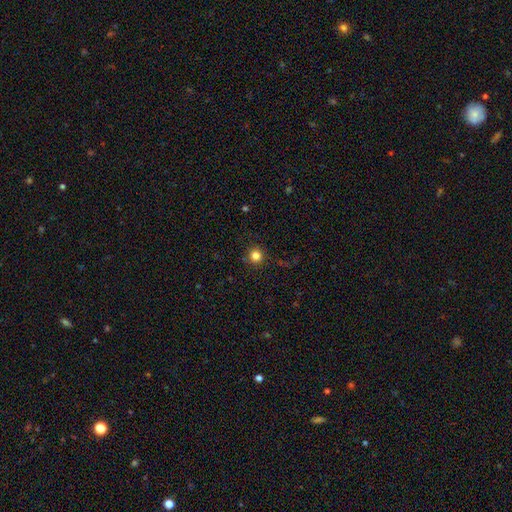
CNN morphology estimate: The model was most divided on "smooth or featured": smooth: 82%, star or artifact: 13%, featured or disk: 5%. More confident: how rounded — round (94%); merging — none (90%).